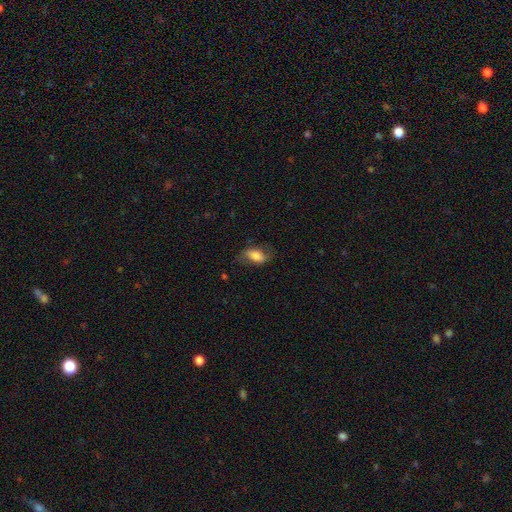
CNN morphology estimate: Smooth or featured? Predicted: smooth (p=0.67). How rounded? Predicted: in between (p=0.88). Merging? Predicted: none (p=0.65).